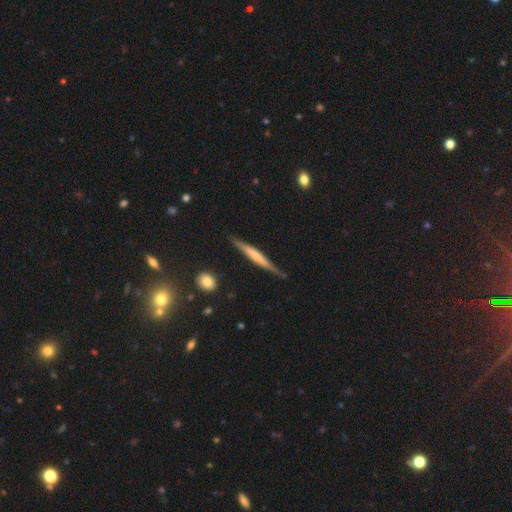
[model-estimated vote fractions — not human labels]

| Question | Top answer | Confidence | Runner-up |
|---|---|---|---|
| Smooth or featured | featured or disk | 56% | smooth (38%) |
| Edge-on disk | yes | 96% | no (4%) |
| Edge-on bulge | none | 45% | rounded (30%) |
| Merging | none | 85% | minor disturbance (11%) |